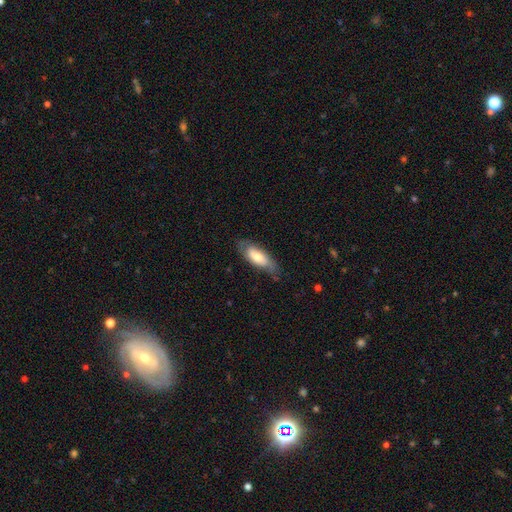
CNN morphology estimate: A smooth galaxy with no disk features (55%) that is in between round and cigar-shaped (76%). Merging: none (69%).